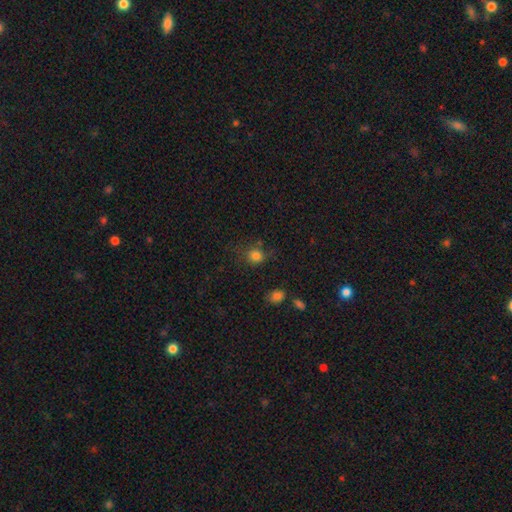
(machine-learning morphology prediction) This is clearly a smooth galaxy (80%). How rounded: clearly round (81%). Merging: likely none (70%).